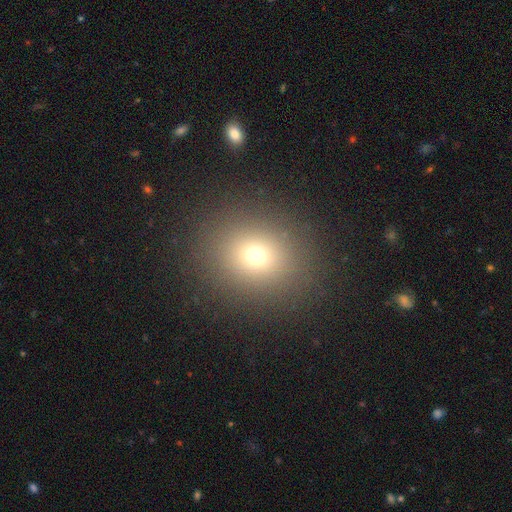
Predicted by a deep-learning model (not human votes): smooth_or_featured: smooth (p=0.69) [alt: star or artifact p=0.20]
how_rounded: round (p=0.75) [alt: in between p=0.24]
merging: none (p=0.89) [alt: minor disturbance p=0.06]